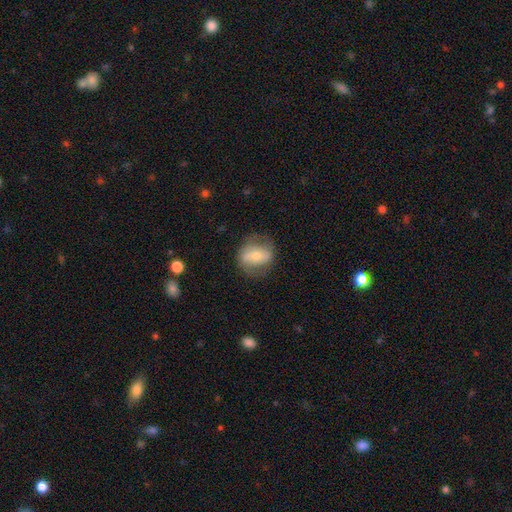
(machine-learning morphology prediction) Overall: smooth (49%; featured or disk 44%). Merging: none (71%).